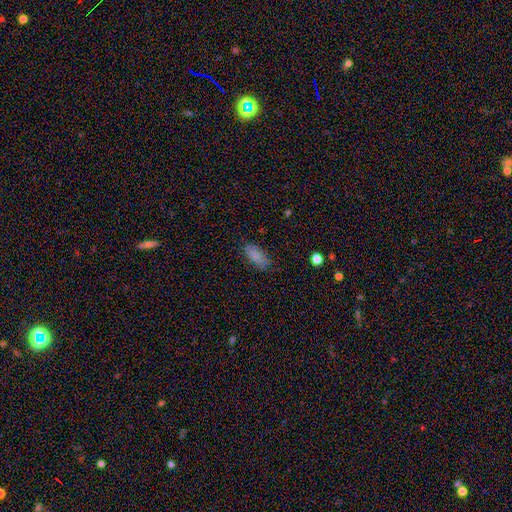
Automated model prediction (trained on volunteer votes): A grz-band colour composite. It shows a smooth galaxy with no disk features (85%) that is in between round and cigar-shaped (87%). Merging: none (79%).